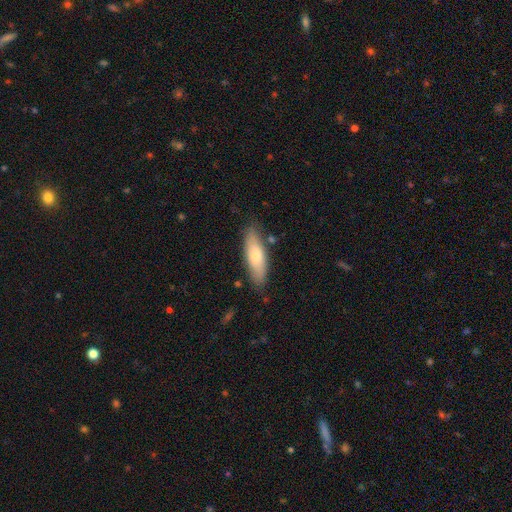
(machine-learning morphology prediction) A smooth galaxy with no disk features (71%) that is in between round and cigar-shaped (51%).

Vote fractions:
- Smooth or featured? smooth: 71% / featured or disk: 23% / star or artifact: 6%
- How rounded? in between: 51% / cigar-shaped: 47% / round: 2%
- Merging? none: 81% / minor disturbance: 14% / merger: 3% / major disturbance: 3%